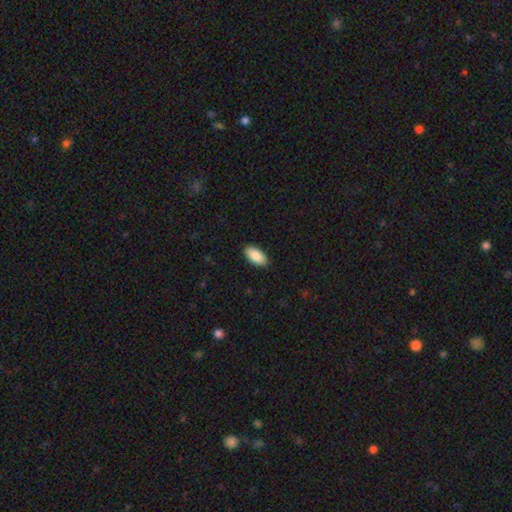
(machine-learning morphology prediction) smooth 89%, star or artifact 6%, featured or disk 5%. Down the decision tree: how rounded — in between (92%); merging — none (89%).